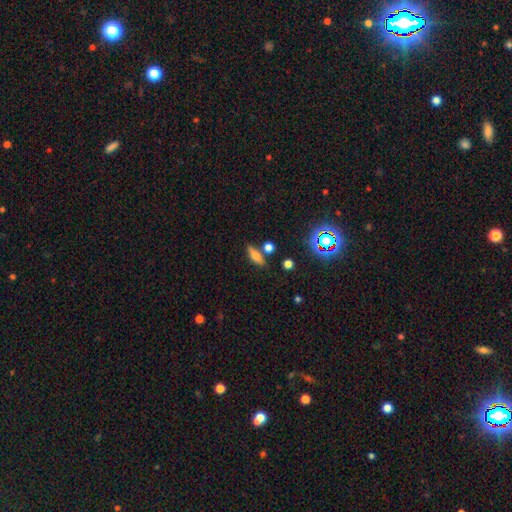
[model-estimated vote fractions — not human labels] Q: Smooth or featured?
A: smooth (64%); runner-up: featured or disk (22%)
Q: How rounded?
A: in between (56%); runner-up: cigar-shaped (37%)
Q: Merging?
A: none (71%); runner-up: minor disturbance (13%)